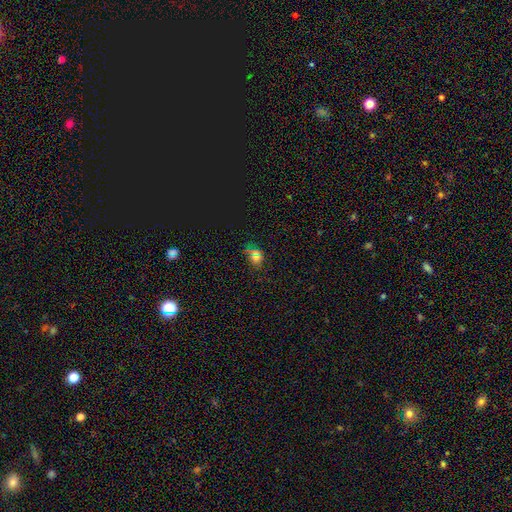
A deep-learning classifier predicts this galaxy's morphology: Smooth or featured? Predicted: smooth (p=0.55). How rounded? Predicted: in between (p=0.53). Merging? Predicted: none (p=0.57).